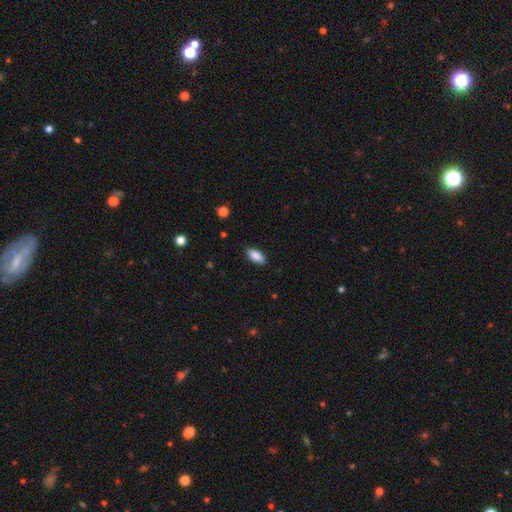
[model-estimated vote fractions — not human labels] Smooth or featured?
  - smooth: 87% *
  - star or artifact: 7%
  - featured or disk: 6%
How rounded?
  - in between: 84% *
  - cigar-shaped: 14%
  - round: 2%
Merging?
  - none: 86% *
  - minor disturbance: 11%
  - major disturbance: 2%
  - merger: 1%